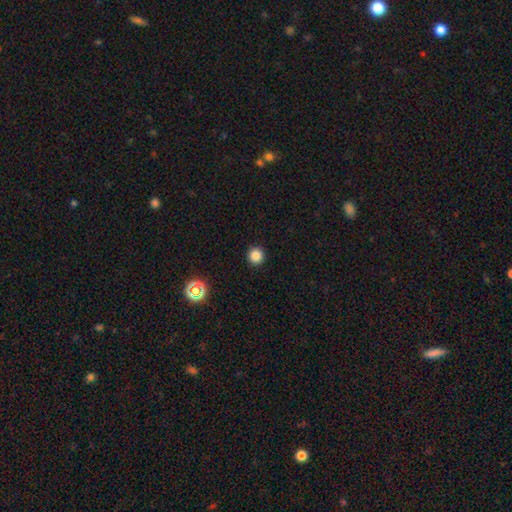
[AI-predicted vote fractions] Smooth or featured: smooth — 84% (star or artifact — 13%)
How rounded: round — 95% (in between — 4%)
Merging: none — 93% (minor disturbance — 4%)